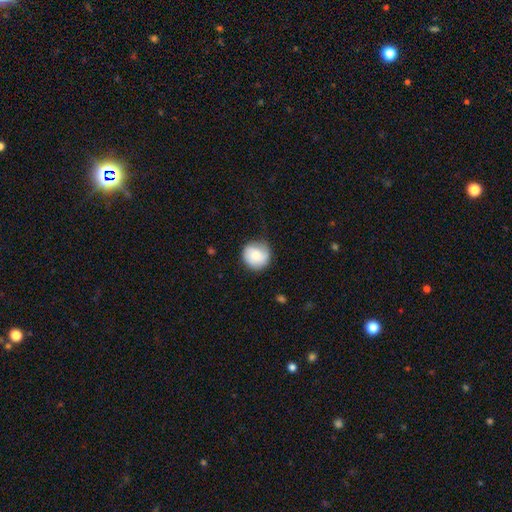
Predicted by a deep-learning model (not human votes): The model was most divided on "merging": none: 71%, minor disturbance: 22%, major disturbance: 6%, merger: 1%. More confident: how rounded — round (91%); smooth or featured — smooth (72%).